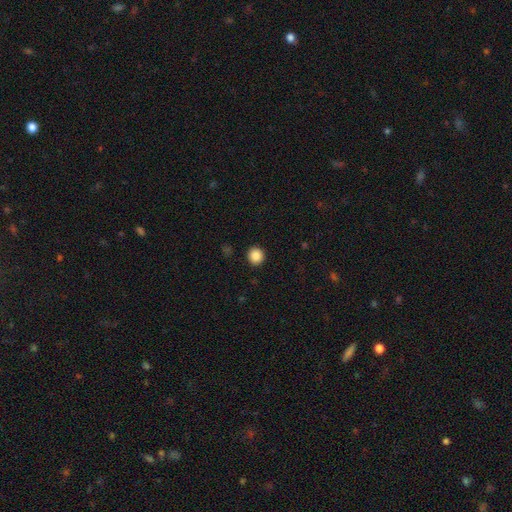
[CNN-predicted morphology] type=smooth (86%); roundness=round (93%); merging=none (93%).